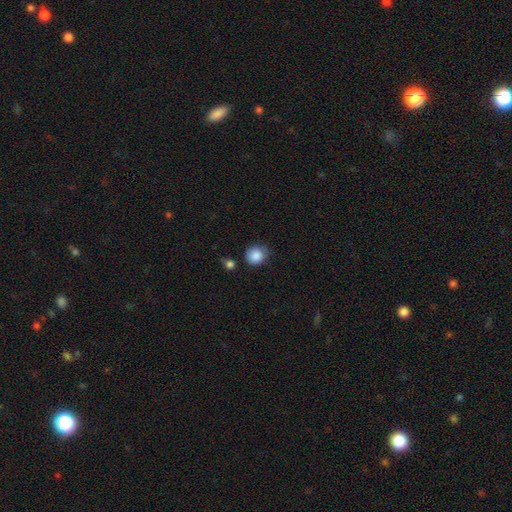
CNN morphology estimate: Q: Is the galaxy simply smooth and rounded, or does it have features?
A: smooth — 87%.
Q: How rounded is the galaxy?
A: round — 84%.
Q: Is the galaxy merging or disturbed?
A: none — 68%.